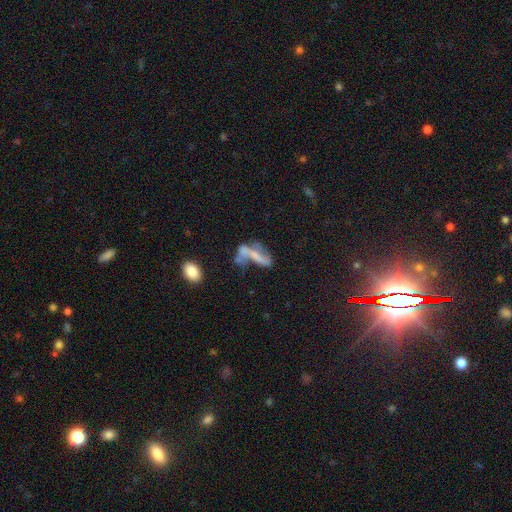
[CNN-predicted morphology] Q: Smooth or featured?
A: featured or disk (52%); runner-up: smooth (35%)
Q: Edge-on disk?
A: no (86%); runner-up: yes (14%)
Q: Merging?
A: merger (34%); runner-up: major disturbance (26%)